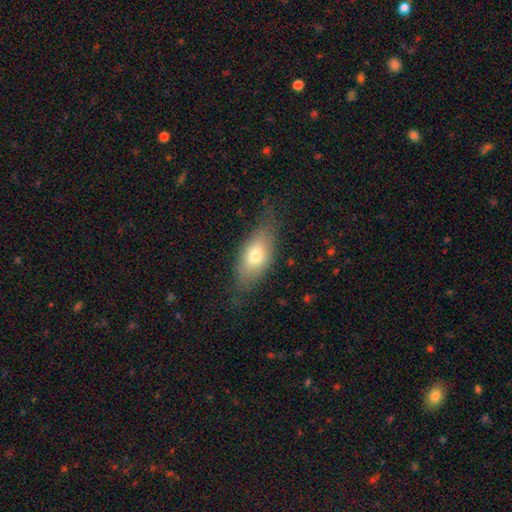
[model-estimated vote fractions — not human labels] Smooth or featured? smooth (71%)
How rounded? in between (82%)
Merging? none (71%)